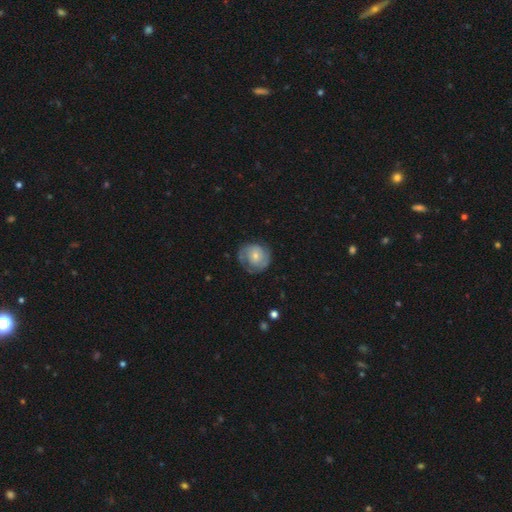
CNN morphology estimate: type=featured or disk (52%); edge-on=no (97%); bar=no (77%); spiral arms=yes (70%); bulge=small (59%); merging=none (65%).